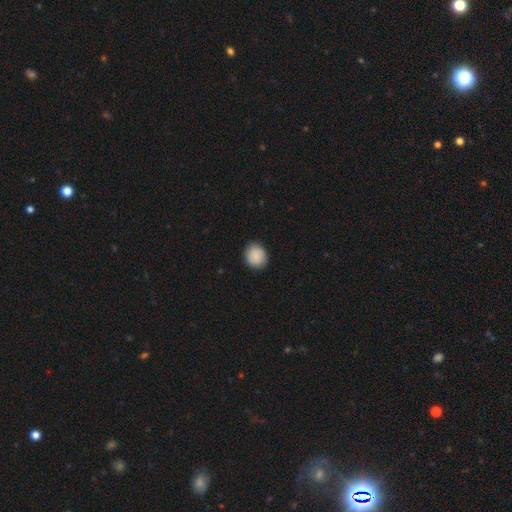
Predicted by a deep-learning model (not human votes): The model was most divided on "how rounded": round: 80%, in between: 19%, cigar-shaped: 1%. More confident: smooth or featured — smooth (89%); merging — none (88%).